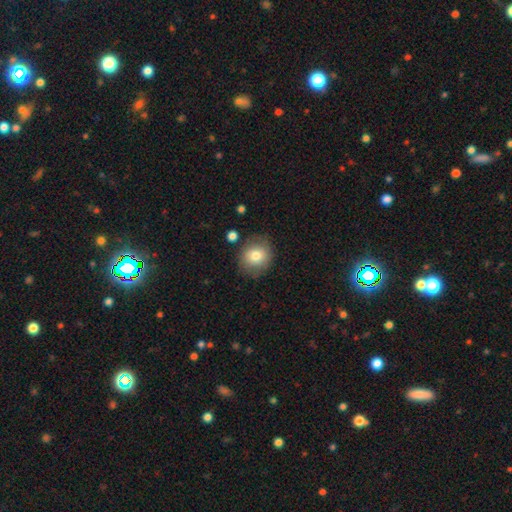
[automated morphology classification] Smooth or featured?
  - smooth: 78% *
  - featured or disk: 13%
  - star or artifact: 9%
How rounded?
  - round: 74% *
  - in between: 25%
  - cigar-shaped: 1%
Merging?
  - none: 81% *
  - minor disturbance: 13%
  - major disturbance: 3%
  - merger: 3%